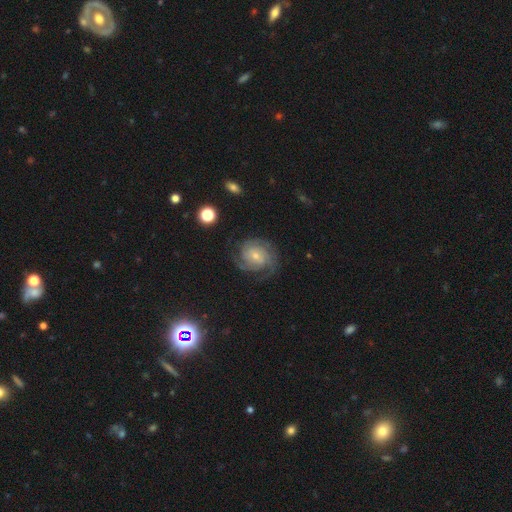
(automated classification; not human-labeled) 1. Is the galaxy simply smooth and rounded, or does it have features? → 83% featured or disk, 11% smooth, 6% star or artifact.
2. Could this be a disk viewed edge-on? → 98% no, 2% yes.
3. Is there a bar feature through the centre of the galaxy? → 69% no, 26% weak, 5% strong.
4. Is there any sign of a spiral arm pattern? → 96% yes, 4% no.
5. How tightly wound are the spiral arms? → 55% tight, 36% medium, 9% loose.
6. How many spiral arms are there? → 33% 2, 28% 3, 20% can't tell, 8% 4, 6% 1, 5% more than 4.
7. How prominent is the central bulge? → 65% small, 30% moderate, 2% large, 2% none, 1% dominant.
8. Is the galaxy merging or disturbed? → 72% none, 16% minor disturbance, 11% major disturbance, 1% merger.